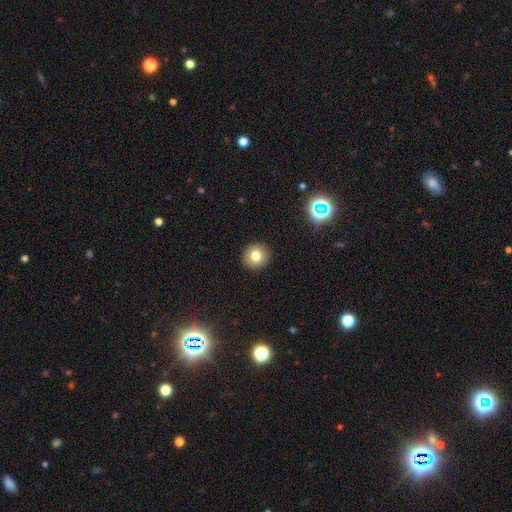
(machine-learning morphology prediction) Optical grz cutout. It shows a smooth galaxy with no disk features (78%) that is round (94%). Merging: none (92%).